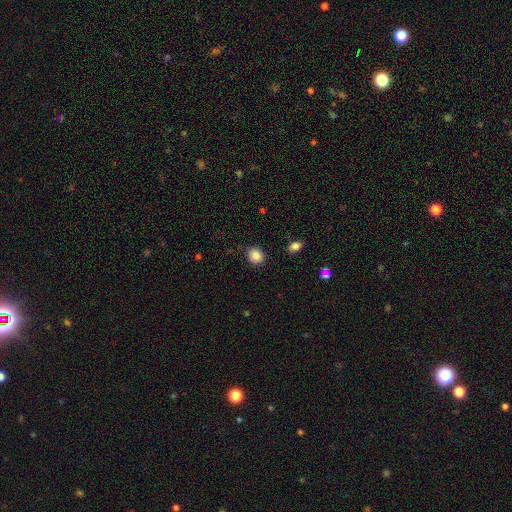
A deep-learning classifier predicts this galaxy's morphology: Overall: smooth (87%). How rounded: round (80%). Merging: none (88%).